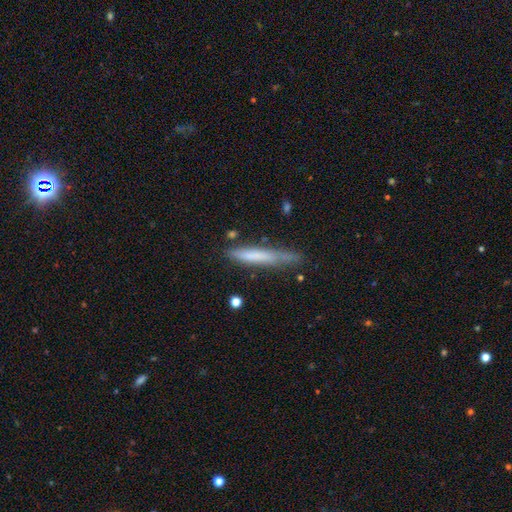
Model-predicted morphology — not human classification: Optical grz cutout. It shows a smooth galaxy with no disk features (66%) that is cigar-shaped (93%). Merging: none (63%).